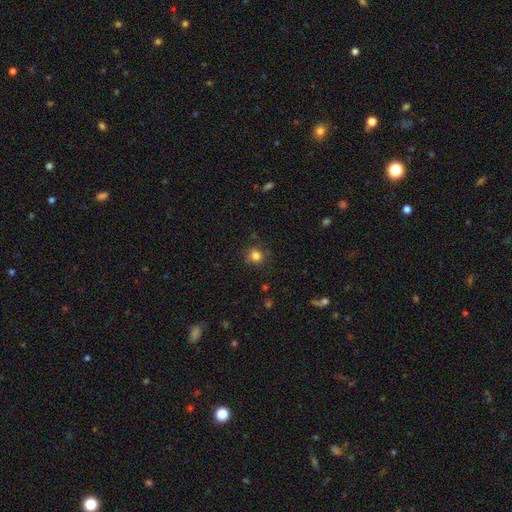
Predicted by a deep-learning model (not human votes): This appears to be a smooth galaxy with no disk features (80%) that is round (90%). Merging: none (83%).